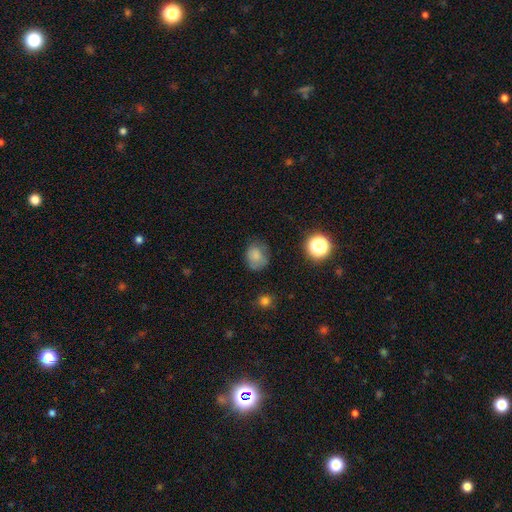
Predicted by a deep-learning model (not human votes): This is likely a smooth galaxy (76%). How rounded: possibly round (59%). Merging: possibly none (58%).